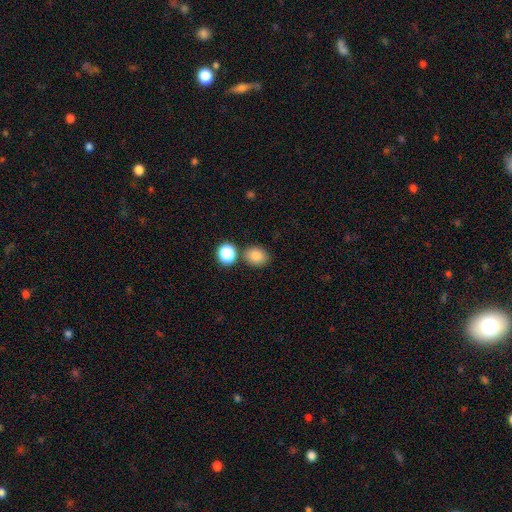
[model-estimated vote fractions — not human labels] A smooth galaxy with no disk features (83%) that is round (54%). Merging: none (74%).